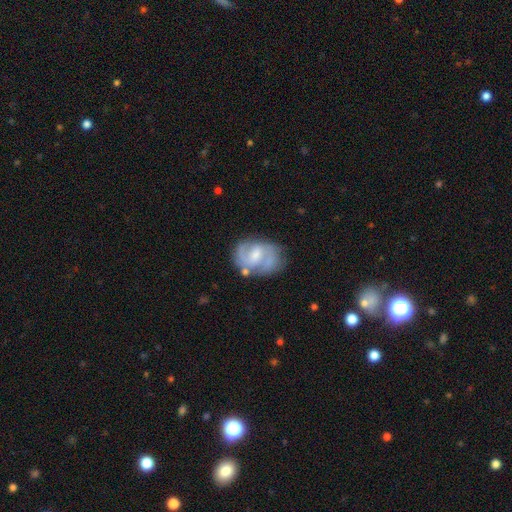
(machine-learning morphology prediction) Smooth or featured: featured or disk — 74% (smooth — 19%)
Edge-on disk: no — 98% (yes — 2%)
Bar: weak — 55% (no — 32%)
Spiral arms: yes — 88% (no — 12%)
Spiral winding: medium — 50% (tight — 28%)
Spiral arm count: 2 — 67% (can't tell — 16%)
Bulge size: moderate — 43% (tied with small — 43%)
Merging: none — 61% (minor disturbance — 22%)